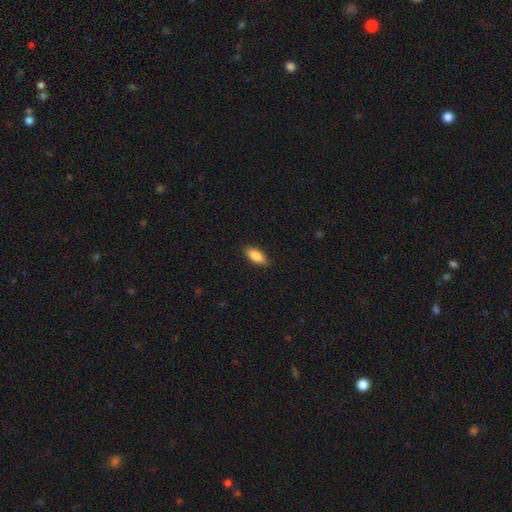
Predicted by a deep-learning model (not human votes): smooth-or-featured: smooth: 84% | featured or disk: 9% | star or artifact: 6%
  how-rounded: in between: 80% | cigar-shaped: 18% | round: 2%
  merging: none: 88% | minor disturbance: 9% | major disturbance: 2% | merger: 1%